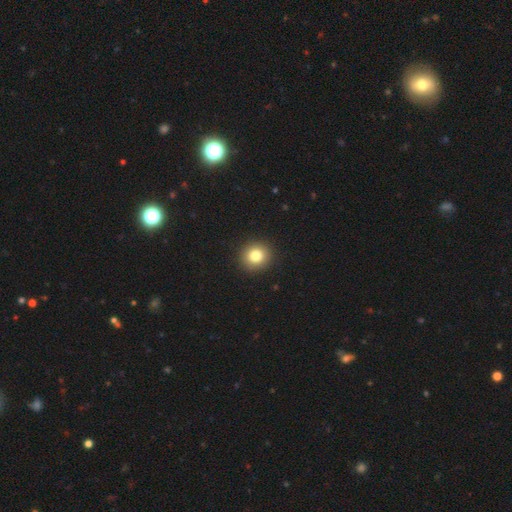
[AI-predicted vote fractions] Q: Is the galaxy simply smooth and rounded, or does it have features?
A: smooth — 82%.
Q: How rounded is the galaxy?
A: round — 89%.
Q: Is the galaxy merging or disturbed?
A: none — 93%.